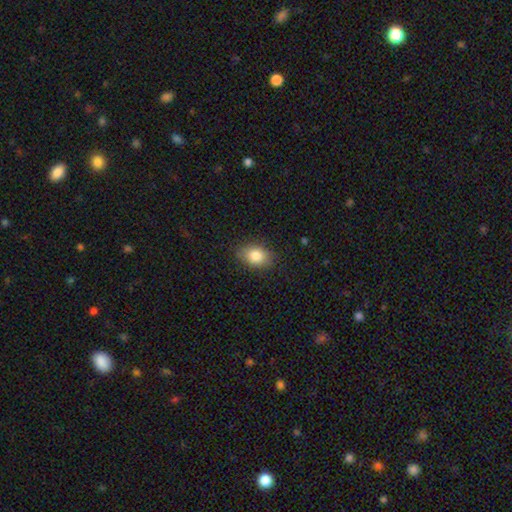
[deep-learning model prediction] Smooth or featured? Predicted: smooth (p=0.84). How rounded? Predicted: in between (p=0.78). Merging? Predicted: none (p=0.84).